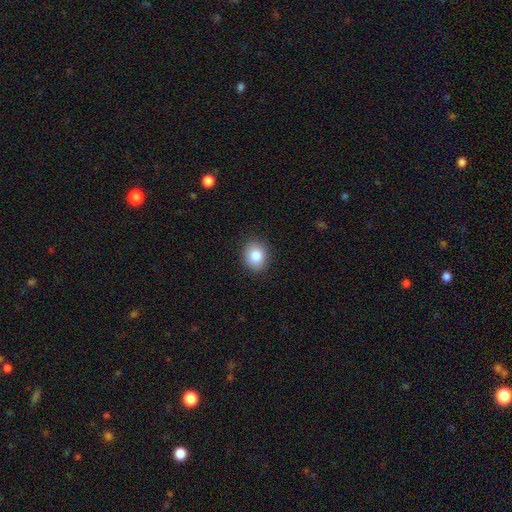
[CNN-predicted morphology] Overall: smooth (83%). How rounded: round (60%; in between 39%). Merging: none (90%).